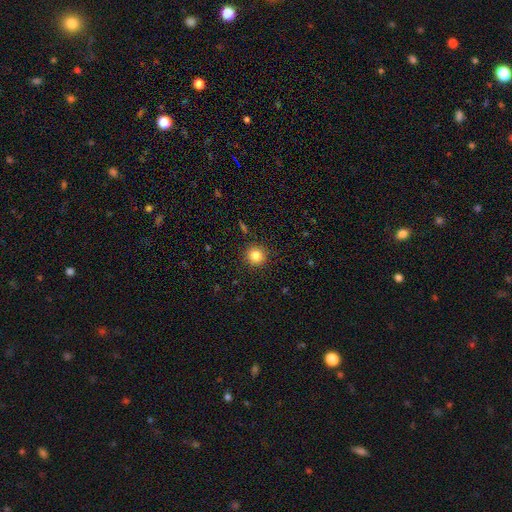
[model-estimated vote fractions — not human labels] This appears to be a smooth galaxy with no disk features (82%) that is round (94%). Merging: none (91%).